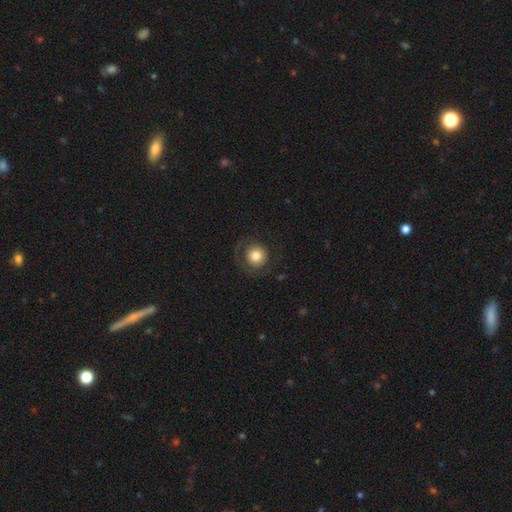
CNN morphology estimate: This is likely a smooth galaxy (73%). How rounded: clearly round (93%). Merging: likely none (69%).